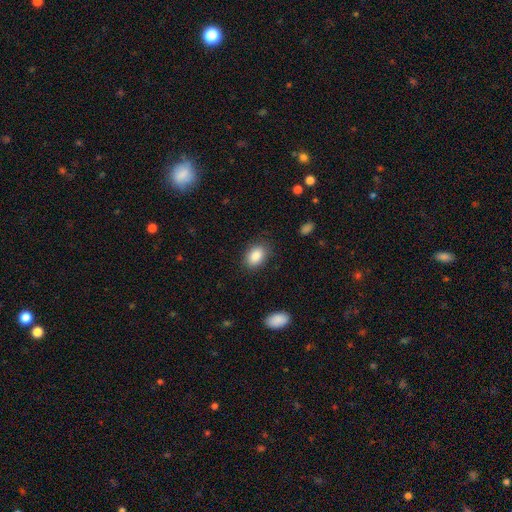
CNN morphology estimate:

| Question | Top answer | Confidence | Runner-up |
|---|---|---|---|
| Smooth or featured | smooth | 88% | star or artifact (8%) |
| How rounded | in between | 83% | round (16%) |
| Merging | none | 84% | minor disturbance (12%) |